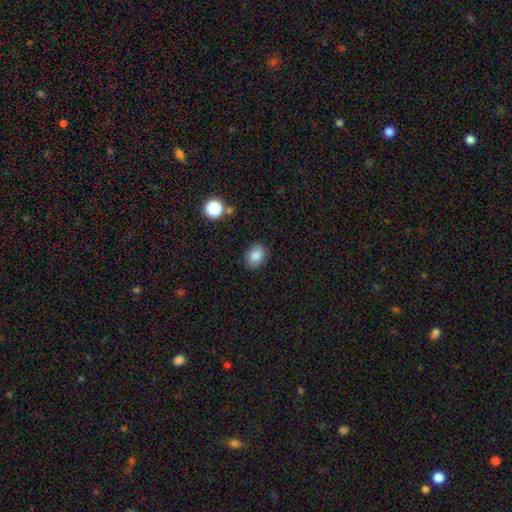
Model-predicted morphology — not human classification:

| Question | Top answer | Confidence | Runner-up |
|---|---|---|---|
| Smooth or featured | smooth | 85% | star or artifact (10%) |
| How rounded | in between | 63% | round (36%) |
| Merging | none | 84% | minor disturbance (12%) |